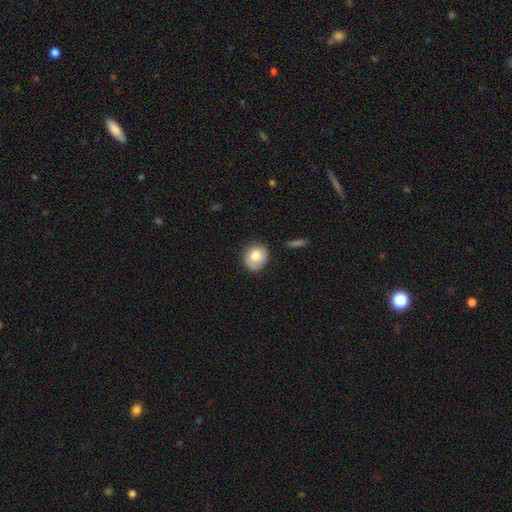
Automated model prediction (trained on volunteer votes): Smooth or featured: smooth — 78% (featured or disk — 14%)
How rounded: round — 75% (in between — 24%)
Merging: none — 78% (minor disturbance — 17%)